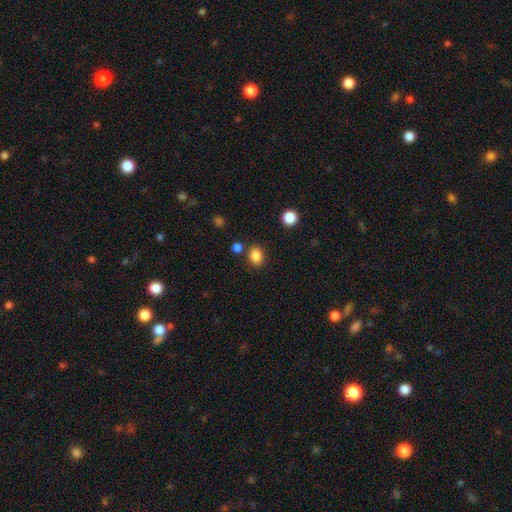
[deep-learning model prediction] smooth_or_featured: smooth (p=0.85) [alt: star or artifact p=0.11]
how_rounded: round (p=0.54) [alt: in between p=0.46]
merging: none (p=0.79) [alt: minor disturbance p=0.10]